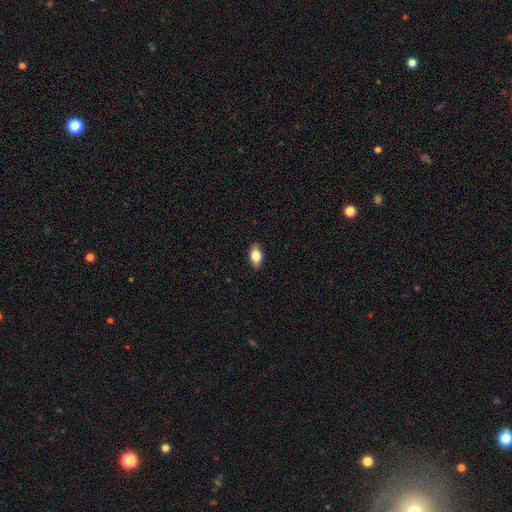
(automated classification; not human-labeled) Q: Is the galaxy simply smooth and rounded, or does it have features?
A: smooth — 73%.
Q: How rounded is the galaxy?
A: in between — 86%.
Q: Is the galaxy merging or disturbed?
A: none — 87%.